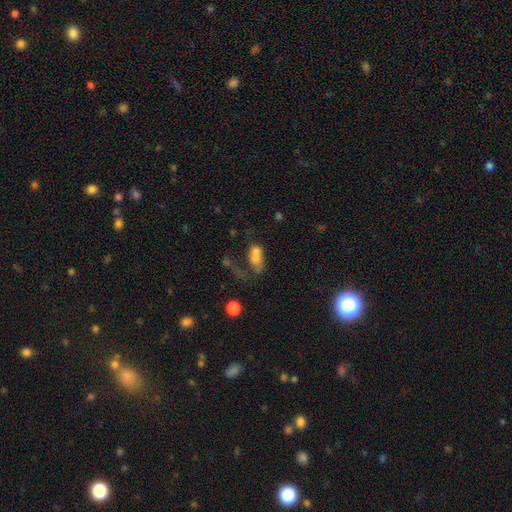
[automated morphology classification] Smooth or featured? smooth (65%)
How rounded? in between (73%)
Merging? merger (57%)